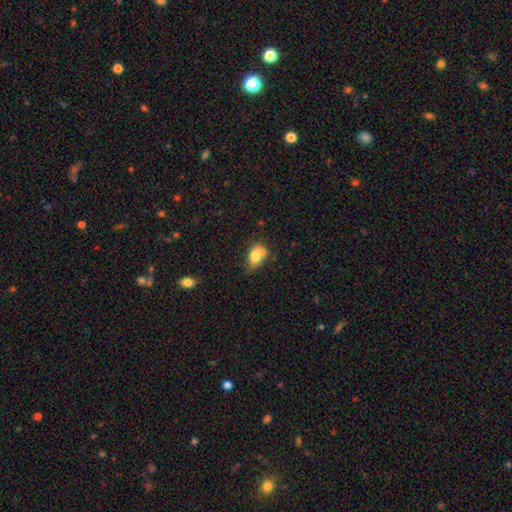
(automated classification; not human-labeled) The model was most divided on "merging": none: 37%, merger: 30%, minor disturbance: 25%, major disturbance: 8%. More confident: smooth or featured — smooth (75%); how rounded — in between (71%).